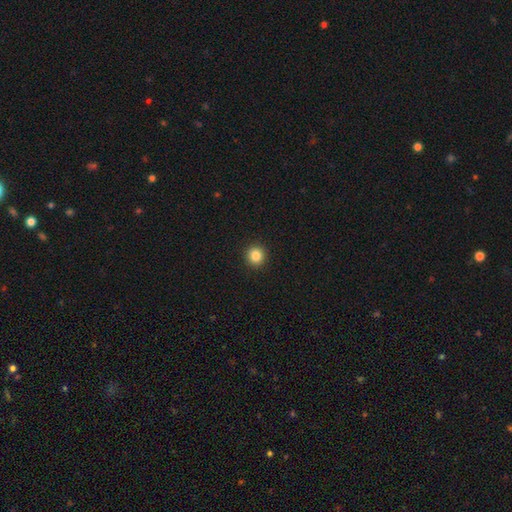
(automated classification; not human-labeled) The model was most divided on "smooth or featured": smooth: 85%, star or artifact: 11%, featured or disk: 5%. More confident: how rounded — round (93%); merging — none (93%).